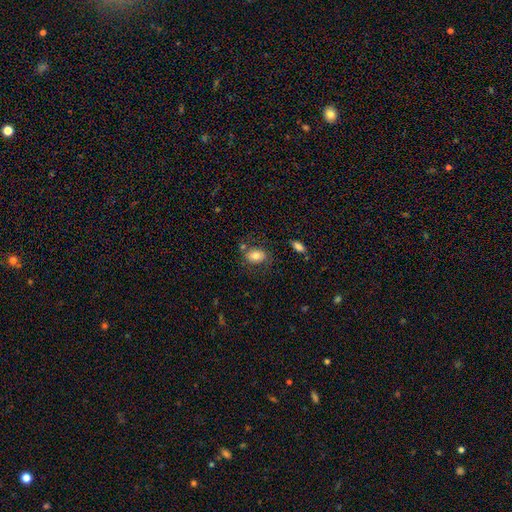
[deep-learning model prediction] Smooth or featured? Predicted: smooth (p=0.75). How rounded? Predicted: in between (p=0.79). Merging? Predicted: none (p=0.69).